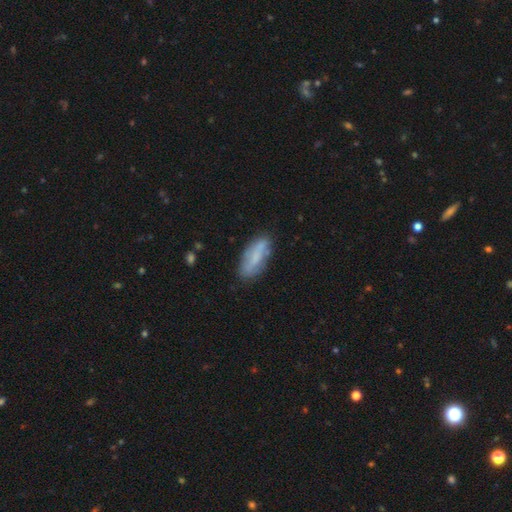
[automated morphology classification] Smooth or featured: smooth — 62% (featured or disk — 30%)
How rounded: in between — 68% (cigar-shaped — 30%)
Merging: none — 72% (minor disturbance — 19%)